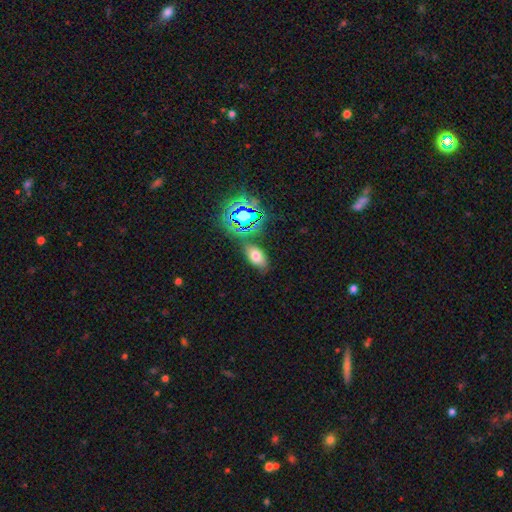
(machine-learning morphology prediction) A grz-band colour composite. It shows a smooth galaxy with no disk features (64%) that is in between round and cigar-shaped (89%). Merging: none (77%).